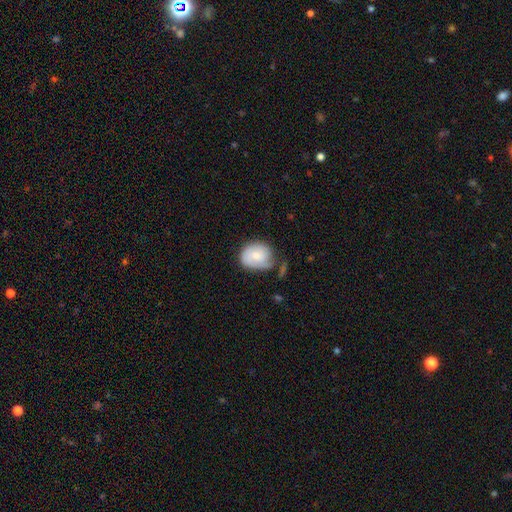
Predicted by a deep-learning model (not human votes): Morphology: type=smooth (57%); roundness=round (56%); merging=none (45%).